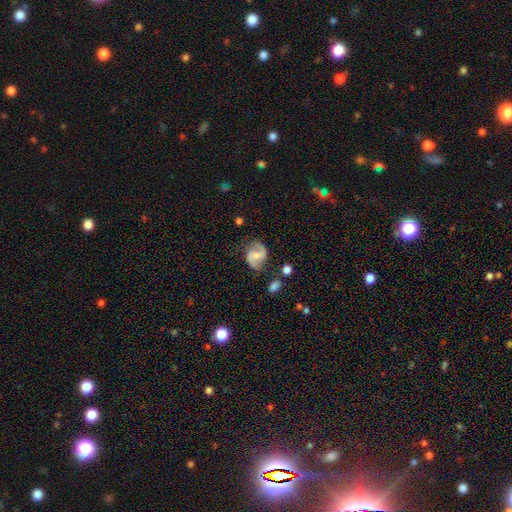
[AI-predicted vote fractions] Smooth or featured?
  - featured or disk: 79% *
  - smooth: 15%
  - star or artifact: 7%
Edge-on disk?
  - no: 98% *
  - yes: 2%
Bar?
  - weak: 46% *
  - no: 33%
  - strong: 21%
Spiral arms?
  - yes: 95% *
  - no: 5%
Spiral winding?
  - medium: 46% *
  - loose: 41%
  - tight: 14%
Spiral arm count?
  - 2: 92% *
  - can't tell: 4%
  - 1: 2%
  - 3: 1%
  - 4: 1%
  - more than 4: 1%
Bulge size?
  - small: 46% *
  - moderate: 34%
  - none: 16%
  - large: 3%
  - dominant: 1%
Merging?
  - none: 74% *
  - minor disturbance: 17%
  - major disturbance: 6%
  - merger: 3%